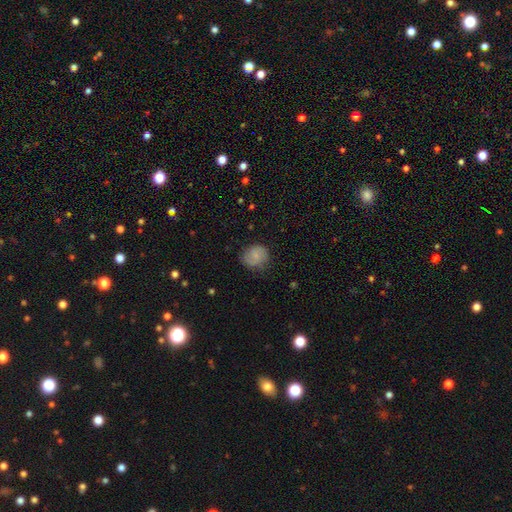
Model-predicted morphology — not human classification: The model was most divided on "smooth or featured": smooth: 68%, featured or disk: 24%, star or artifact: 8%. More confident: how rounded — round (74%); merging — none (72%).